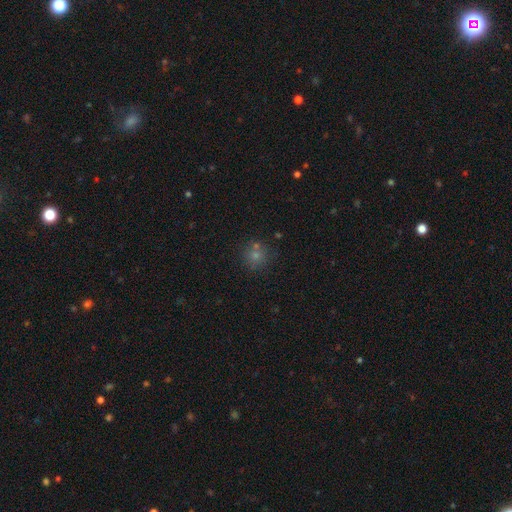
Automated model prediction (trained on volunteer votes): Smooth or featured: smooth — 62% (star or artifact — 28%)
How rounded: round — 93% (in between — 6%)
Merging: none — 79% (merger — 9%)